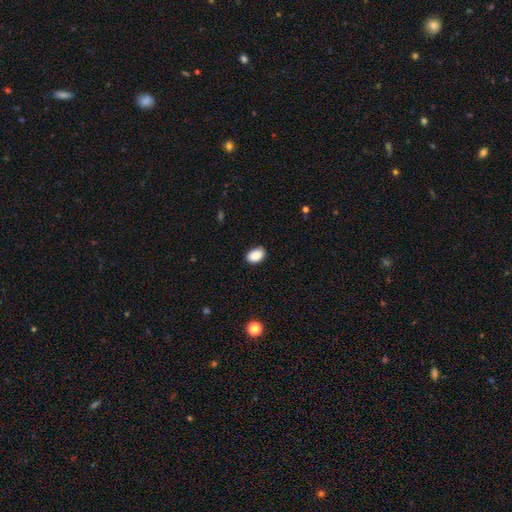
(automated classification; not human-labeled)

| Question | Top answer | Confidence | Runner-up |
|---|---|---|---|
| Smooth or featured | smooth | 89% | star or artifact (7%) |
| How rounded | in between | 88% | round (11%) |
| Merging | none | 87% | minor disturbance (10%) |